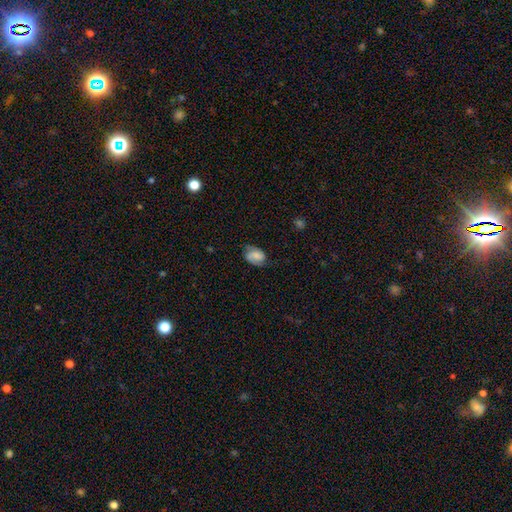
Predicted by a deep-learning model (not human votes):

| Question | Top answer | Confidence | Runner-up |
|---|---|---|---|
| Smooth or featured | featured or disk | 48% | smooth (43%) |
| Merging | none | 64% | minor disturbance (25%) |